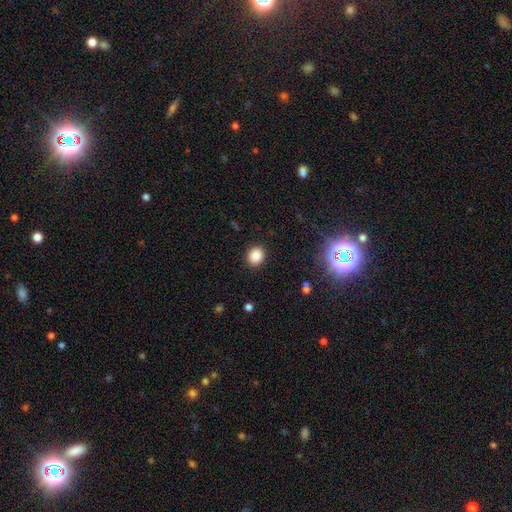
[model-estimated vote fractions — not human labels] A smooth galaxy with no disk features (86%) that is round (63%).

Vote fractions:
- Smooth or featured? smooth: 86% / star or artifact: 10% / featured or disk: 3%
- How rounded? round: 63% / in between: 36% / cigar-shaped: 1%
- Merging? none: 89% / minor disturbance: 7% / major disturbance: 3% / merger: 1%